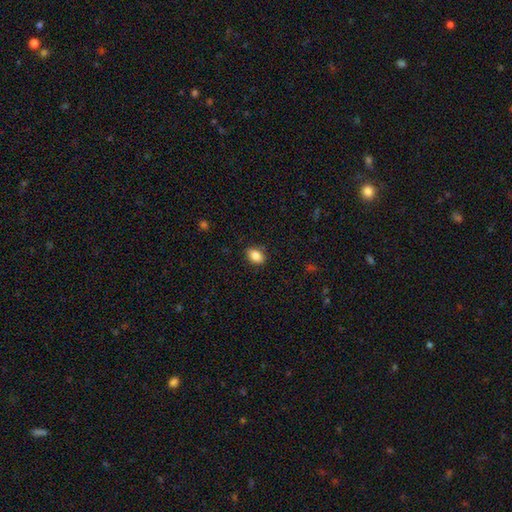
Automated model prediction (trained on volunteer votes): smooth_or_featured: smooth (p=0.86) [alt: star or artifact p=0.09]
how_rounded: in between (p=0.79) [alt: round p=0.19]
merging: none (p=0.86) [alt: minor disturbance p=0.11]